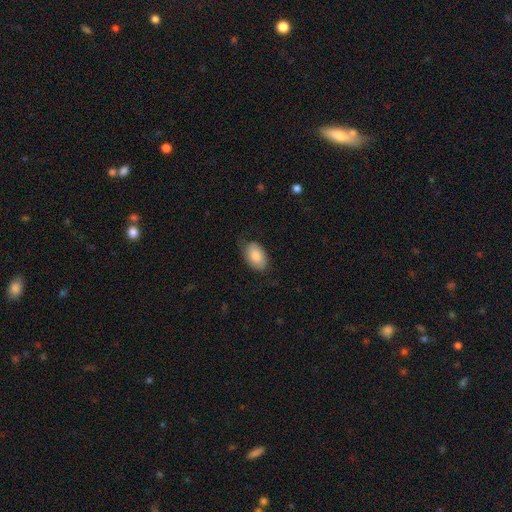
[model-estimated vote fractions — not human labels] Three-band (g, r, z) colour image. It shows a smooth galaxy with no disk features (80%) that is in between round and cigar-shaped (91%). Merging: none (66%).